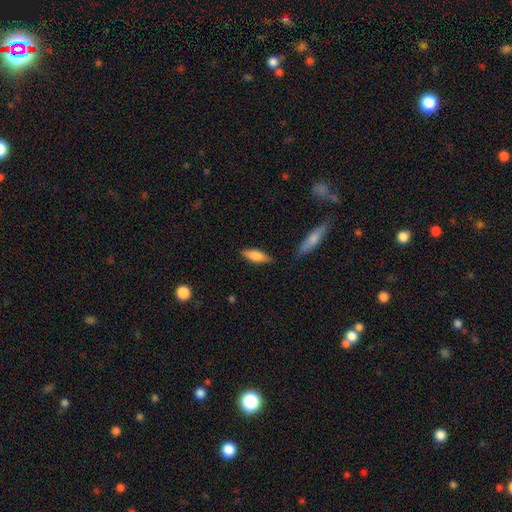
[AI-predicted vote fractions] Q: Smooth or featured?
A: smooth (74%); runner-up: featured or disk (20%)
Q: How rounded?
A: in between (57%); runner-up: cigar-shaped (41%)
Q: Merging?
A: none (82%); runner-up: minor disturbance (12%)